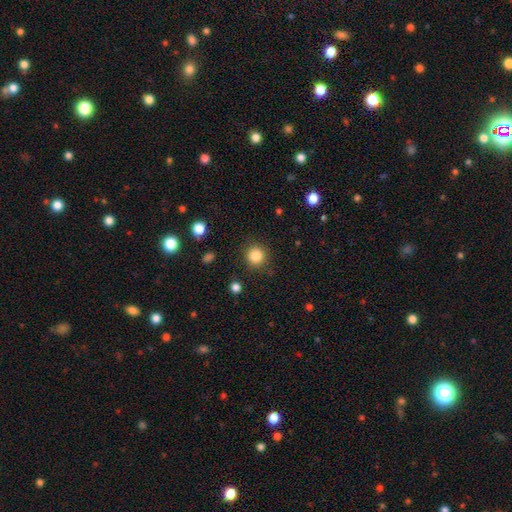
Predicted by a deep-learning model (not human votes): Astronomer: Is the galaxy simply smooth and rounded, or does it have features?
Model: smooth — 85%.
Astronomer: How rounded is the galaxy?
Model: round — 92%.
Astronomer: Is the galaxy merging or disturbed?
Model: none — 87%.